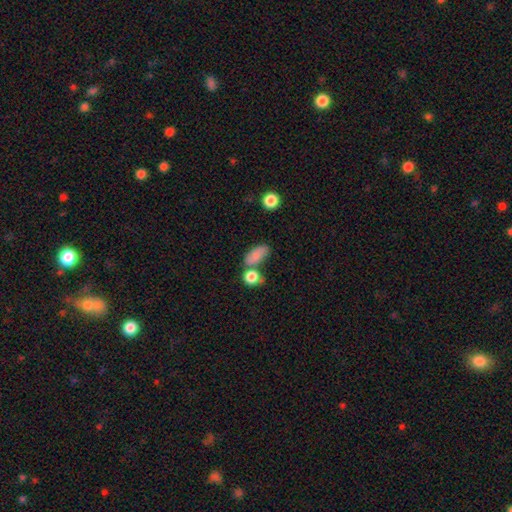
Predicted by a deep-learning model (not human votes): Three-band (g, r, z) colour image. It shows a smooth galaxy with no disk features (81%) that is in between round and cigar-shaped (81%). Merging: none (49%).